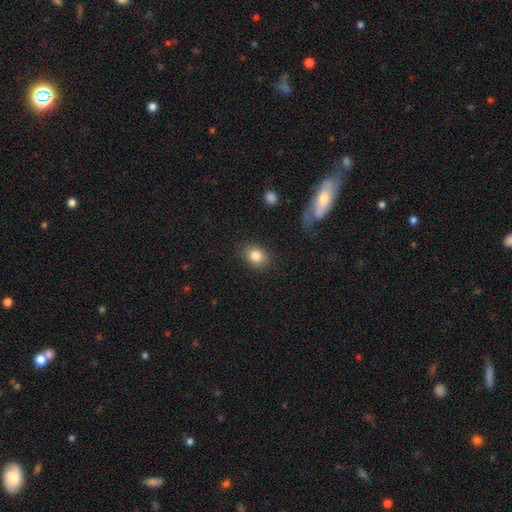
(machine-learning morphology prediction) smooth 83%, star or artifact 9%, featured or disk 7%. Down the decision tree: how rounded — in between (50%); merging — none (85%).